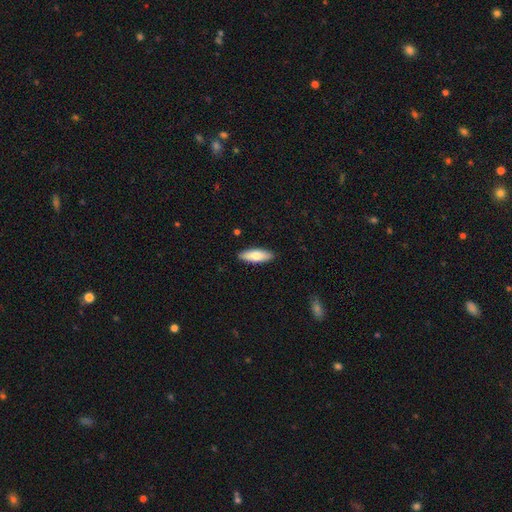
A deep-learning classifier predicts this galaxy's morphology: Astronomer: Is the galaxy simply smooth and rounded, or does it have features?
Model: smooth — 74%.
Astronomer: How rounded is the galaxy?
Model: in between — 60% (runner-up: cigar-shaped, 38%).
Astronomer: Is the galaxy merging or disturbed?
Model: none — 90%.